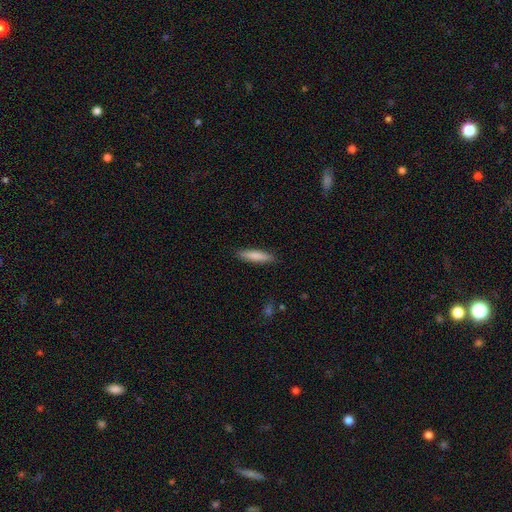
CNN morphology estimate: This appears to be a smooth galaxy with no disk features (82%) that is cigar-shaped (81%). Merging: none (90%).